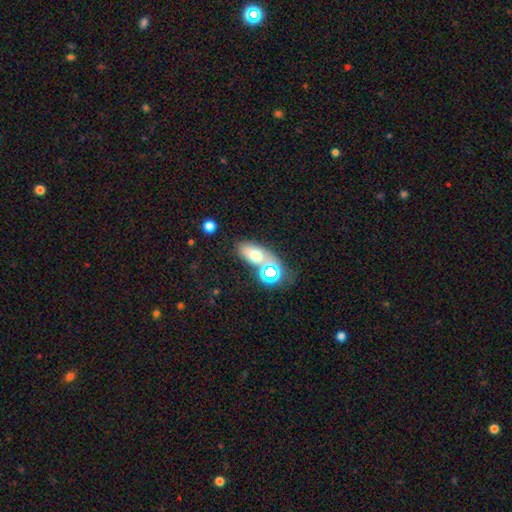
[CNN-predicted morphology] Overall: smooth (62%). How rounded: in between (79%). Merging: none (59%; merger 23%).